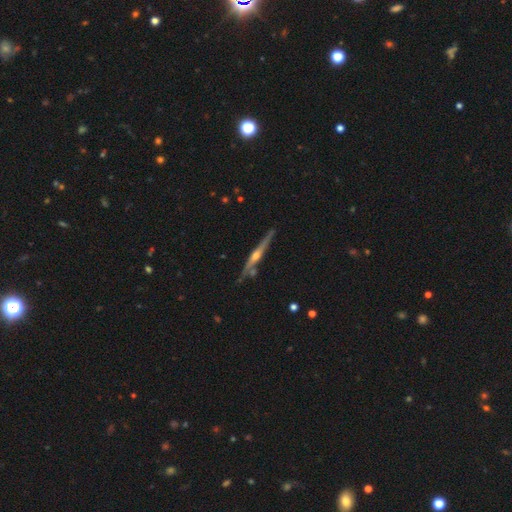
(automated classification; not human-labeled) Smooth or featured? featured or disk (79%)
Edge-on disk? yes (97%)
Edge-on bulge? rounded (86%)
Merging? none (79%)